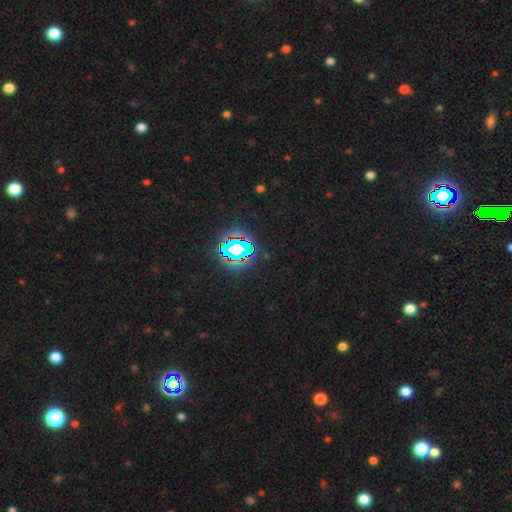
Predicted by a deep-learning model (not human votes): Morphology: type=star or artifact (82%).